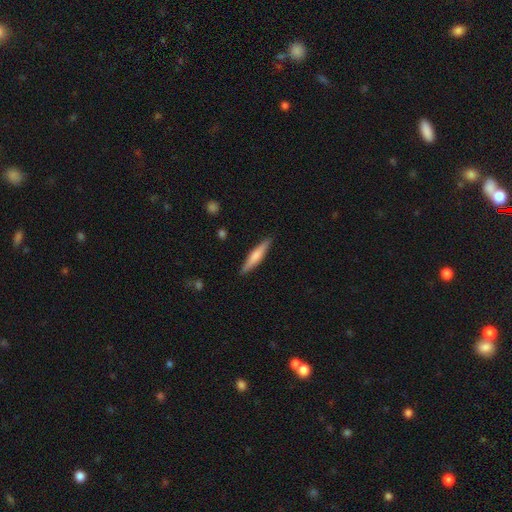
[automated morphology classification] smooth-or-featured: smooth: 63% | featured or disk: 32% | star or artifact: 5%
  how-rounded: cigar-shaped: 88% | in between: 10% | round: 1%
  merging: none: 89% | minor disturbance: 8% | major disturbance: 2% | merger: 1%